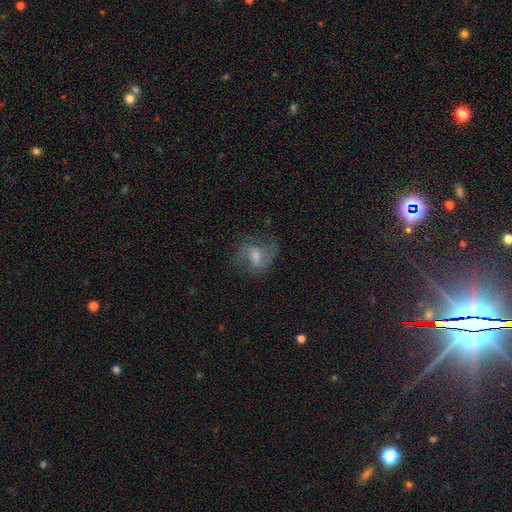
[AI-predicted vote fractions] This appears to be a featured or disk galaxy (59%) with a weak bar (51%), spiral arms (82%) and a moderate central bulge (40%). Merging: none (57%).